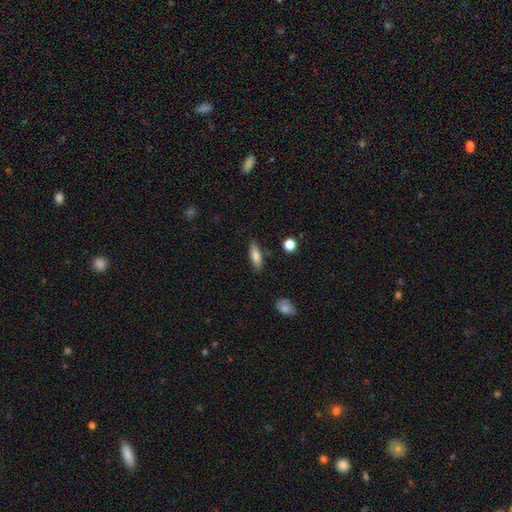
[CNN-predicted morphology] This is clearly a smooth galaxy (80%). How rounded: possibly in between (54%). Merging: clearly none (84%).